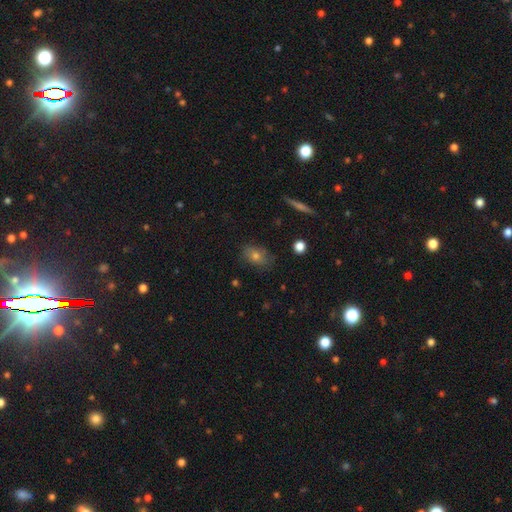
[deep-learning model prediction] Morphology: type=smooth (67%); roundness=in between (75%); merging=none (80%).